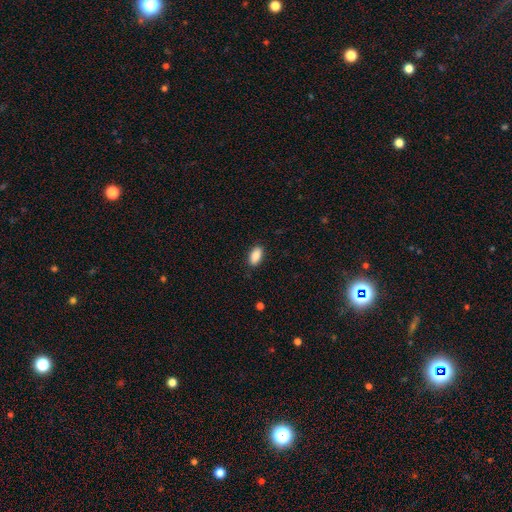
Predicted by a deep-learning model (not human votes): A smooth galaxy with no disk features (89%) that is in between round and cigar-shaped (92%).

Vote fractions:
- Smooth or featured? smooth: 89% / star or artifact: 7% / featured or disk: 4%
- How rounded? in between: 92% / cigar-shaped: 5% / round: 3%
- Merging? none: 87% / minor disturbance: 10% / major disturbance: 2% / merger: 1%